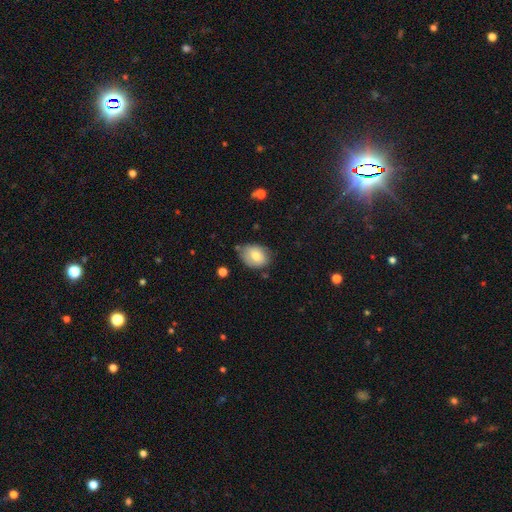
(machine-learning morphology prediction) This appears to be a smooth galaxy with no disk features (74%) that is in between round and cigar-shaped (64%). Merging: none (63%).